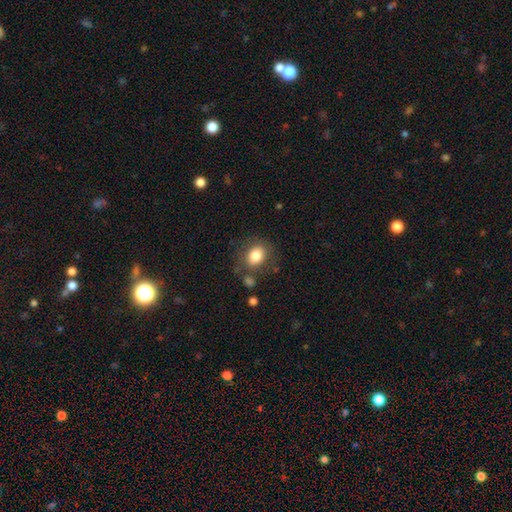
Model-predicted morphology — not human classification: This is clearly a smooth galaxy (82%). How rounded: possibly in between (54%). Merging: likely none (74%).